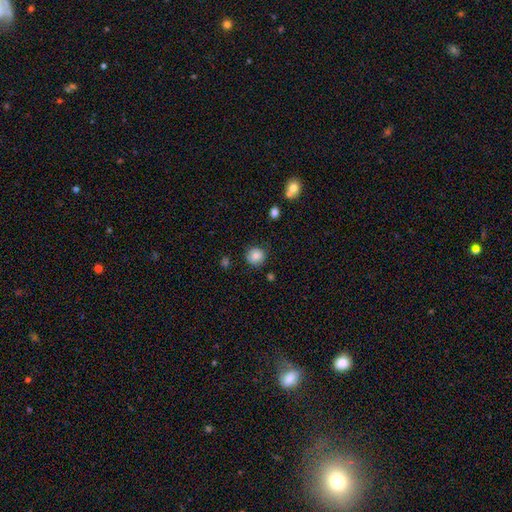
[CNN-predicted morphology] A smooth galaxy with no disk features (84%) that is round (92%). Merging: none (85%).